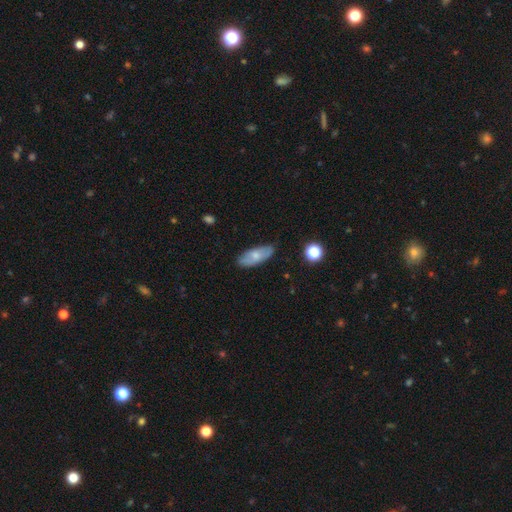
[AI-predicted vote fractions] A smooth galaxy with no disk features (64%) that is in between round and cigar-shaped (83%). Merging: none (74%).